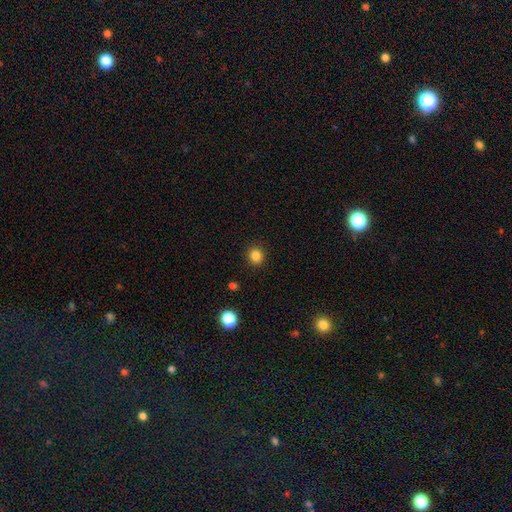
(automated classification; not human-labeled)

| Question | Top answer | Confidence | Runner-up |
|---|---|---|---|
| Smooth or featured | smooth | 84% | star or artifact (12%) |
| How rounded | round | 86% | in between (13%) |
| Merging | none | 91% | minor disturbance (6%) |